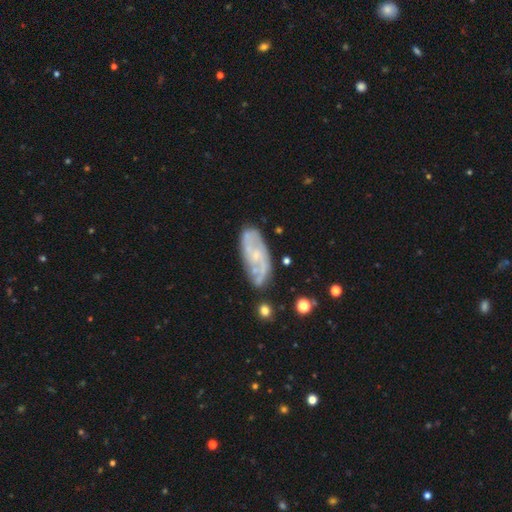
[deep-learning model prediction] Smooth or featured? Predicted: featured or disk (p=0.73). Edge-on disk? Predicted: no (p=0.90). Bar? Predicted: no (p=0.65). Spiral arms? Predicted: yes (p=0.87). Spiral winding? Predicted: medium (p=0.42). Spiral arm count? Predicted: 2 (p=0.40). Bulge size? Predicted: small (p=0.71). Merging? Predicted: none (p=0.73).